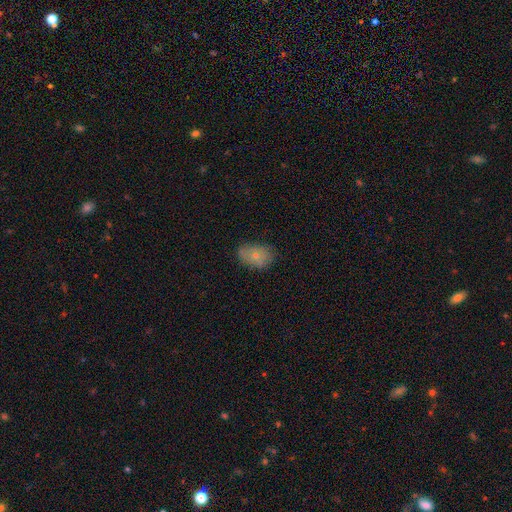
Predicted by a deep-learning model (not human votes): smooth 72%, featured or disk 19%, star or artifact 9%. Down the decision tree: how rounded — in between (82%); merging — none (73%).